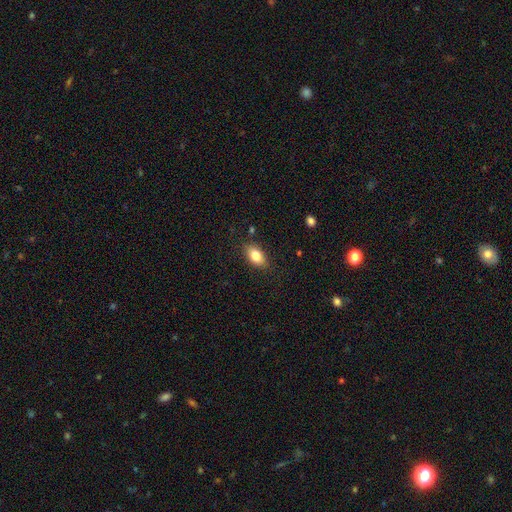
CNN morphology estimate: Overall: smooth (81%). How rounded: in between (88%). Merging: none (84%).